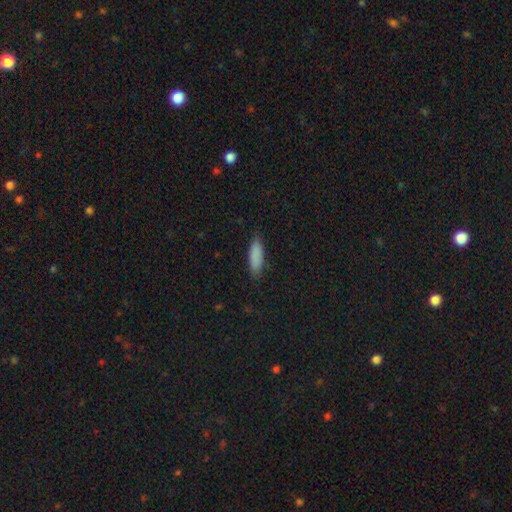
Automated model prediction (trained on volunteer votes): A smooth galaxy with no disk features (87%) that is cigar-shaped (52%). Merging: none (84%).